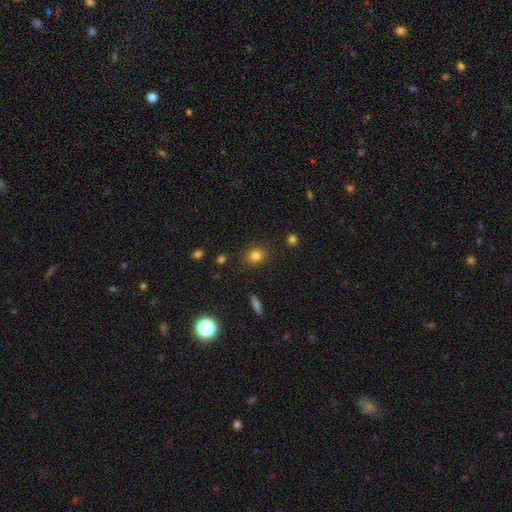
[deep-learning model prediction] Smooth or featured? Predicted: smooth (p=0.81). How rounded? Predicted: round (p=0.79). Merging? Predicted: none (p=0.86).